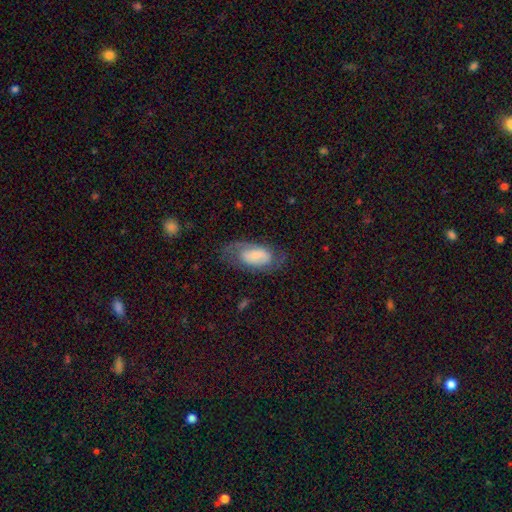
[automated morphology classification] featured or disk 48%, smooth 45%, star or artifact 8%. Down the decision tree: merging — none (57%).